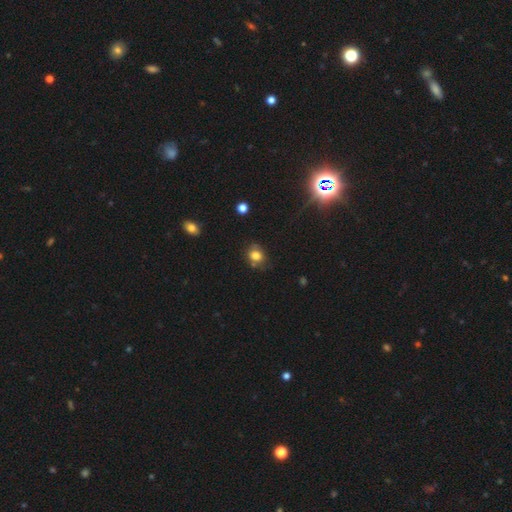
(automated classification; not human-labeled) Morphology: type=smooth (77%); roundness=round (56%); merging=none (65%).